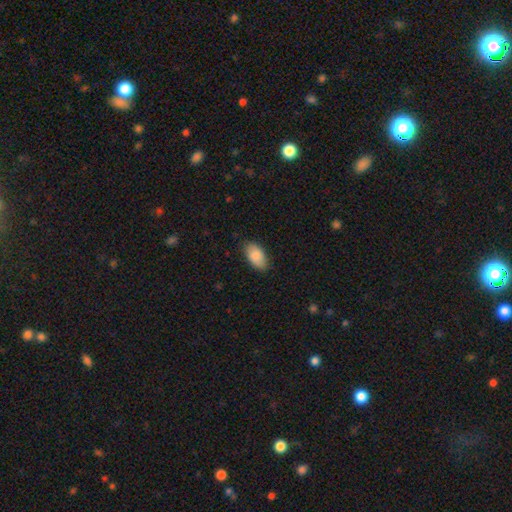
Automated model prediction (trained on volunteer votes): Morphology: type=smooth (86%); roundness=in between (94%); merging=none (82%).